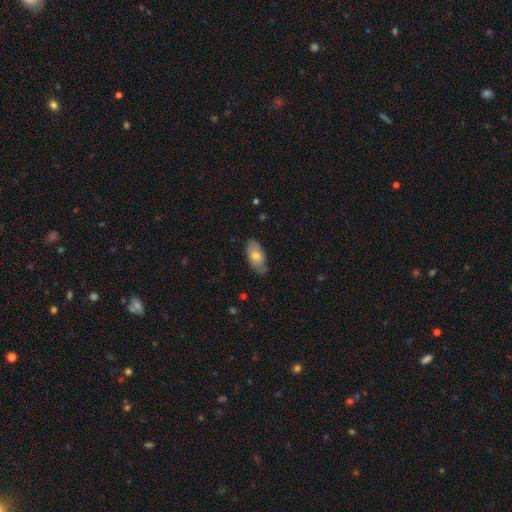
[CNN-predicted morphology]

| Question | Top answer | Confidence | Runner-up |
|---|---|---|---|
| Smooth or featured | smooth | 66% | featured or disk (28%) |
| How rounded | in between | 90% | cigar-shaped (6%) |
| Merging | none | 78% | minor disturbance (18%) |